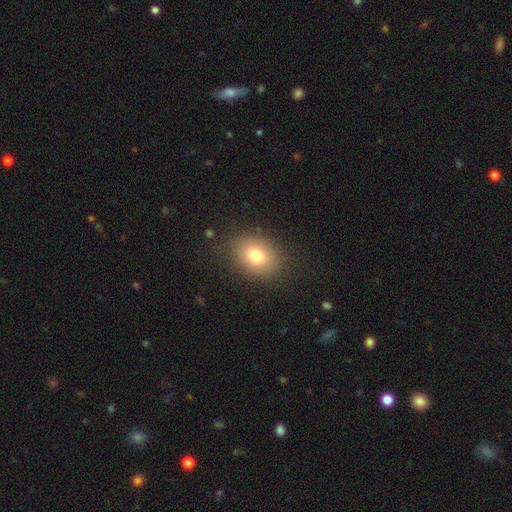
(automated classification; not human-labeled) This appears to be a smooth galaxy with no disk features (77%) that is in between round and cigar-shaped (59%). Merging: none (84%).